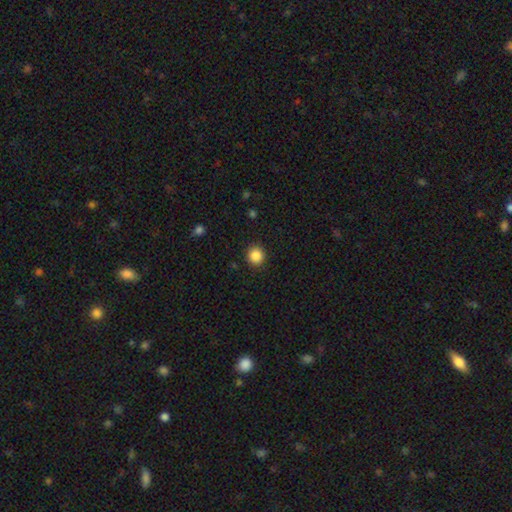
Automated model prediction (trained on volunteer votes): Morphology: type=smooth (87%); roundness=round (90%); merging=none (91%).